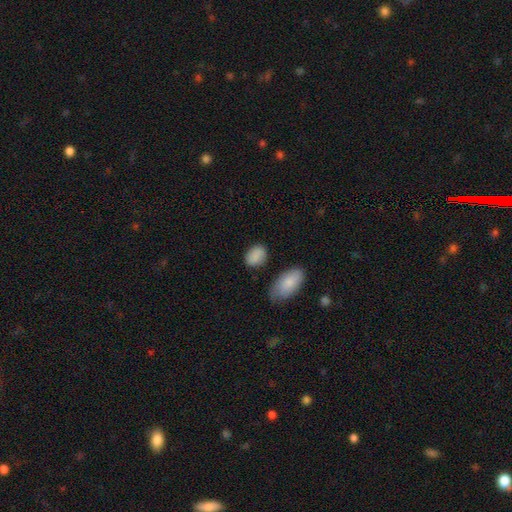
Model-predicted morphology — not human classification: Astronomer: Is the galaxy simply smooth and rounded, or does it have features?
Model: smooth — 87%.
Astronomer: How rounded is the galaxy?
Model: in between — 80%.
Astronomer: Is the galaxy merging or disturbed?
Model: none — 76%.